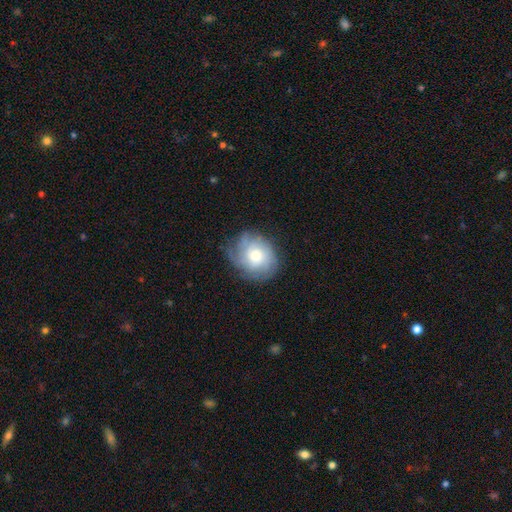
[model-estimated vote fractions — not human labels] featured or disk 48%, smooth 44%, star or artifact 8%. Down the decision tree: merging — none (68%).